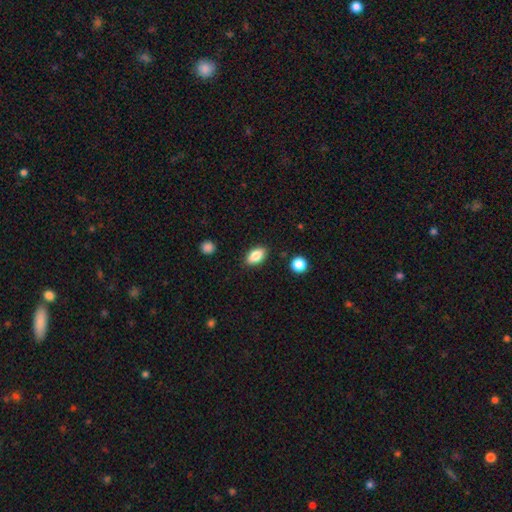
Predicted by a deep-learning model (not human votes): Smooth or featured? Predicted: smooth (p=0.85). How rounded? Predicted: in between (p=0.90). Merging? Predicted: none (p=0.87).